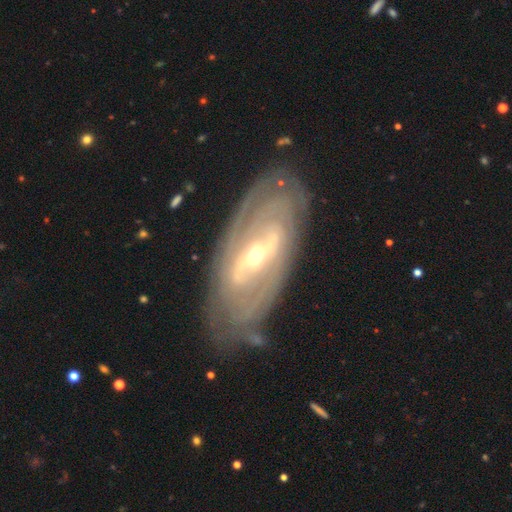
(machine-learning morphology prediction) This is clearly a featured or disk galaxy (86%). It is clearly not viewed edge-on (91%). Bar: possibly strong (52%). Spiral arm pattern: clearly yes (88%). Spiral arm count: marginally can't tell (42%). Spiral winding: likely tight (68%). Central bulge: possibly small (55%). Merging: likely none (78%).